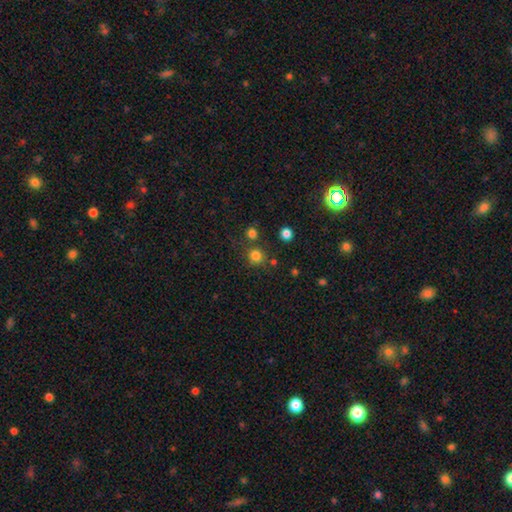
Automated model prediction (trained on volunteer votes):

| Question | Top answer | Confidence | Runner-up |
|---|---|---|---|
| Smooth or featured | smooth | 78% | star or artifact (17%) |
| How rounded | round | 89% | in between (10%) |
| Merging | none | 74% | merger (12%) |